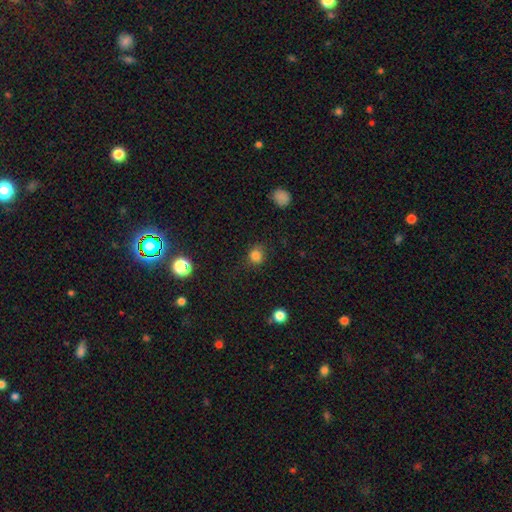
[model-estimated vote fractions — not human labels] Smooth or featured?
  - smooth: 81% *
  - star or artifact: 14%
  - featured or disk: 5%
How rounded?
  - round: 81% *
  - in between: 18%
  - cigar-shaped: 1%
Merging?
  - none: 78% *
  - minor disturbance: 16%
  - major disturbance: 5%
  - merger: 2%